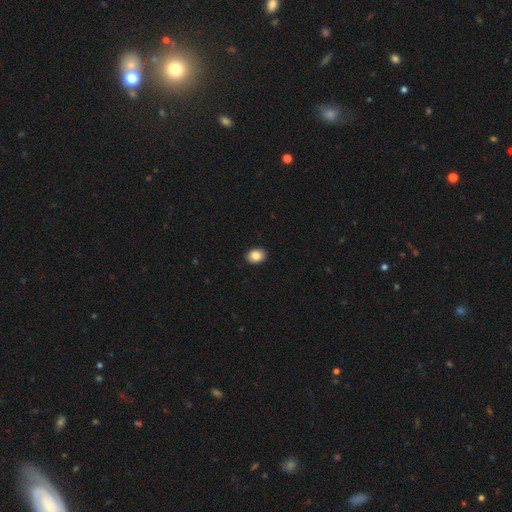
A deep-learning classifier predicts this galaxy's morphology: smooth_or_featured: smooth (p=0.87) [alt: star or artifact p=0.08]
how_rounded: in between (p=0.59) [alt: round p=0.40]
merging: none (p=0.91) [alt: minor disturbance p=0.06]